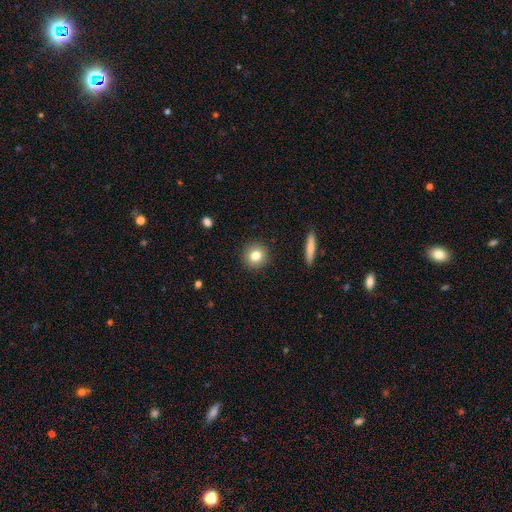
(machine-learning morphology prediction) Smooth or featured? smooth (79%)
How rounded? round (90%)
Merging? none (91%)